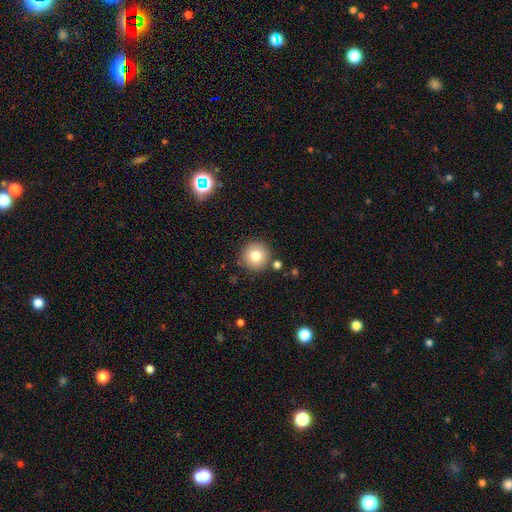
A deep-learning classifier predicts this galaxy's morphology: The model was most divided on "smooth or featured": smooth: 78%, star or artifact: 11%, featured or disk: 11%. More confident: how rounded — round (95%); merging — none (86%).